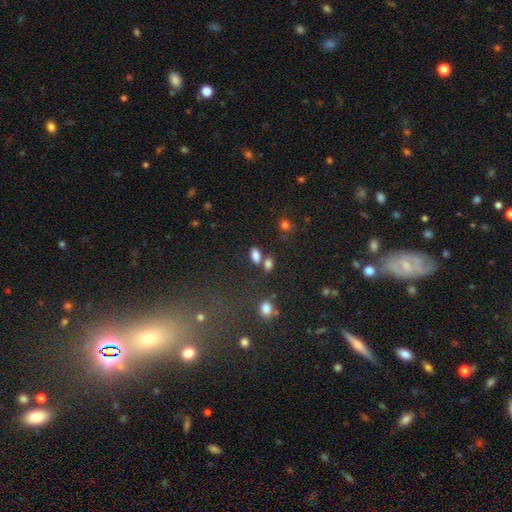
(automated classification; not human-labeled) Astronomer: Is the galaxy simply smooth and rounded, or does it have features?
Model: smooth — 81%.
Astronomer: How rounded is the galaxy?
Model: in between — 89%.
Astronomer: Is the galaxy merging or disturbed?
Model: none — 60%.